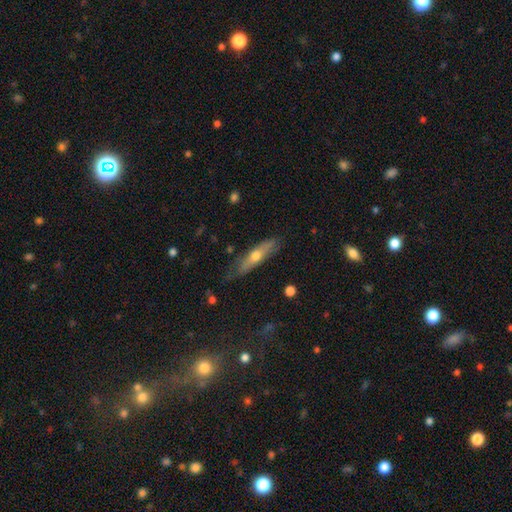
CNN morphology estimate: Smooth or featured?
  - featured or disk: 52% *
  - smooth: 41%
  - star or artifact: 7%
Edge-on disk?
  - yes: 79% *
  - no: 21%
Merging?
  - none: 73% *
  - minor disturbance: 21%
  - major disturbance: 4%
  - merger: 2%